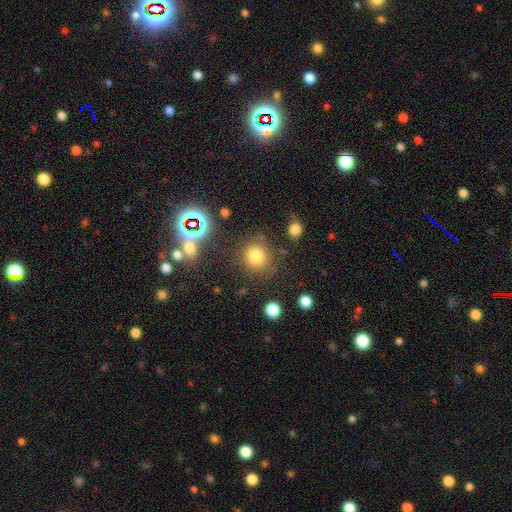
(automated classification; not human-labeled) smooth 75%, star or artifact 18%, featured or disk 7%. Down the decision tree: how rounded — round (87%); merging — none (78%).